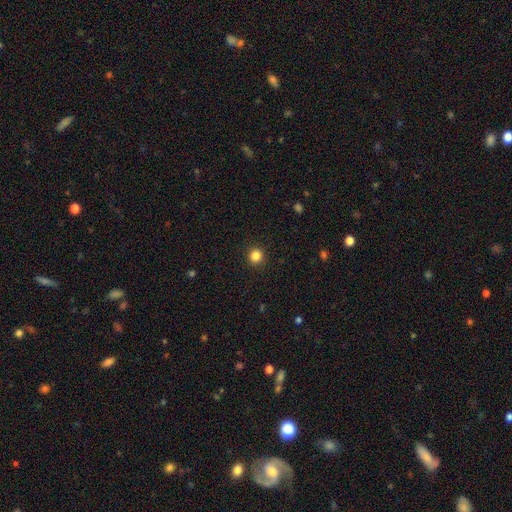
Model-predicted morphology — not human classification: Q: Smooth or featured?
A: smooth (84%); runner-up: star or artifact (12%)
Q: How rounded?
A: round (93%); runner-up: in between (6%)
Q: Merging?
A: none (93%); runner-up: minor disturbance (5%)